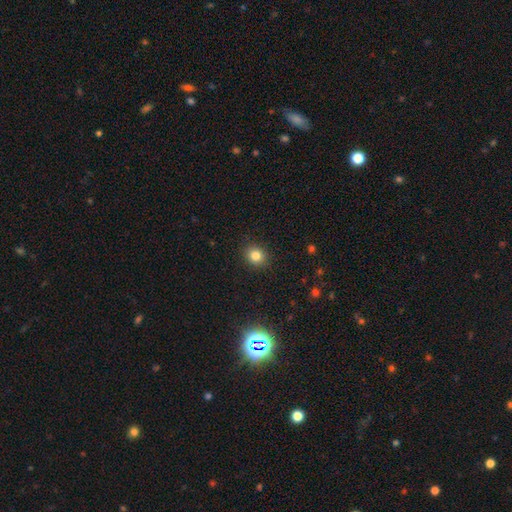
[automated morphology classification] A smooth galaxy with no disk features (82%) that is round (75%). Merging: none (89%).